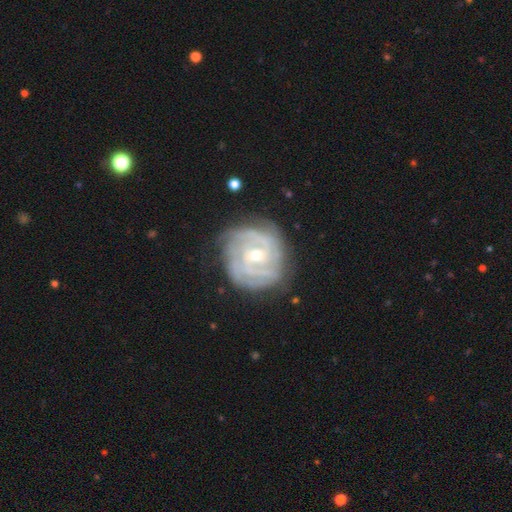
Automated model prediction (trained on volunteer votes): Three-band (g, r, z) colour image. It shows a featured or disk galaxy (86%) with no bar (56%), tight (73%) spiral arms (94%) and a moderate central bulge (61%). Merging: none (73%).